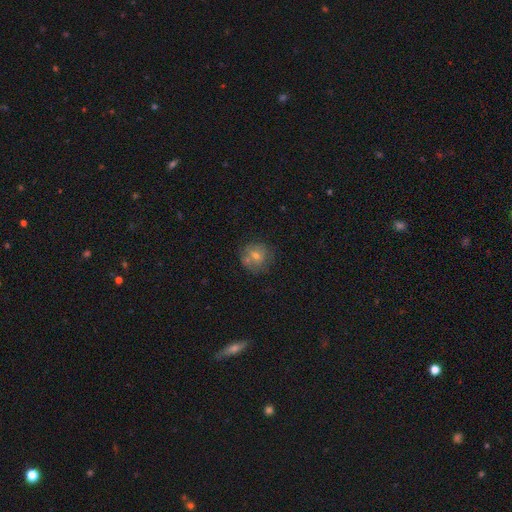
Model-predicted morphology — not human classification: This is possibly a smooth galaxy (54%). How rounded: clearly round (88%). Merging: likely none (71%).